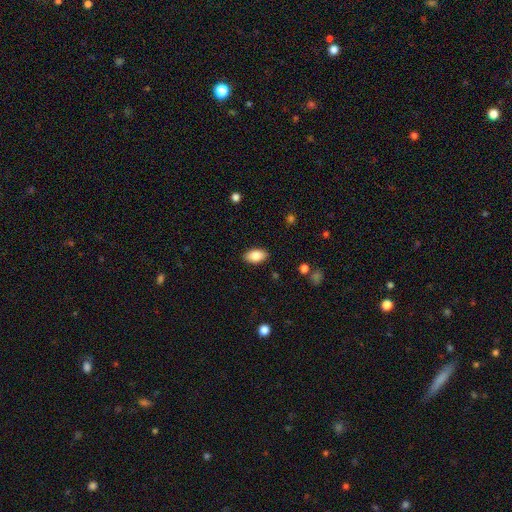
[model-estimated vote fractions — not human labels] Morphology: type=smooth (85%); roundness=in between (93%); merging=none (88%).